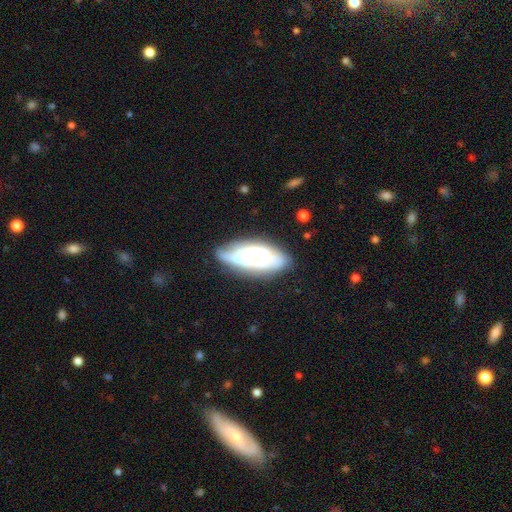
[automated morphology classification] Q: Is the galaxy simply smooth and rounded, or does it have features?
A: featured or disk — 53%.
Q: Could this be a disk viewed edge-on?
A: no — 83%.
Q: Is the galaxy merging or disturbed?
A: none — 56%.